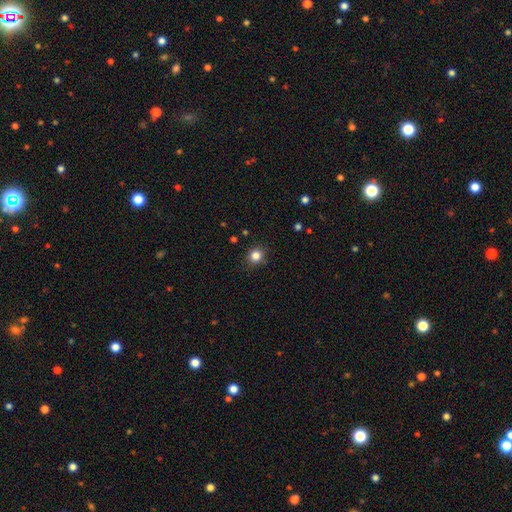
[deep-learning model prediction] Smooth or featured?
  - smooth: 83% *
  - star or artifact: 12%
  - featured or disk: 5%
How rounded?
  - round: 84% *
  - in between: 15%
  - cigar-shaped: 1%
Merging?
  - none: 88% *
  - minor disturbance: 9%
  - major disturbance: 2%
  - merger: 1%